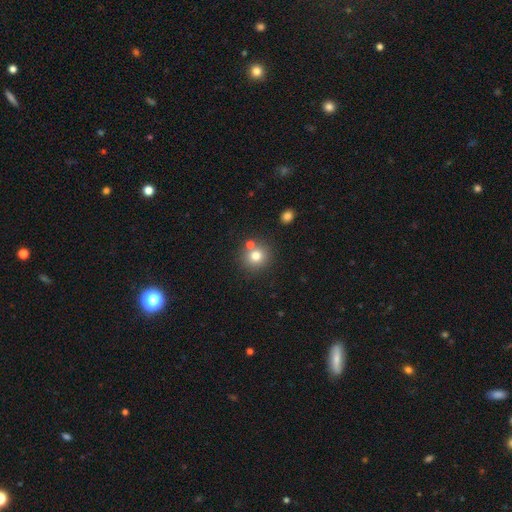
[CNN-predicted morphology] This is likely a smooth galaxy (76%). How rounded: clearly round (91%). Merging: likely none (72%).